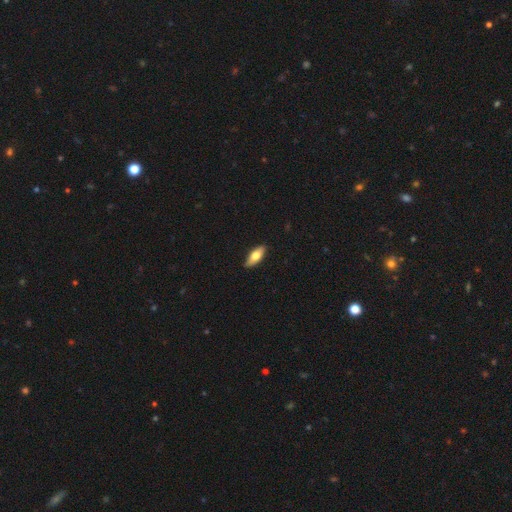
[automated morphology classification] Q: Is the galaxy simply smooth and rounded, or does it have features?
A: smooth — 68%.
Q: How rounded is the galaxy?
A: in between — 75%.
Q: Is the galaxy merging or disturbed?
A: none — 89%.